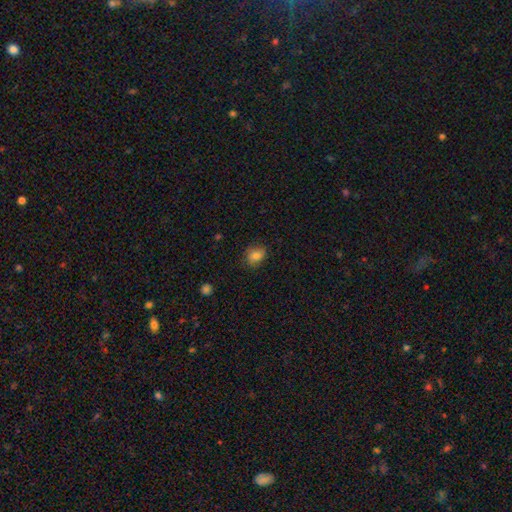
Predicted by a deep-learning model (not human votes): A smooth galaxy with no disk features (80%) that is in between round and cigar-shaped (51%). Merging: none (78%).